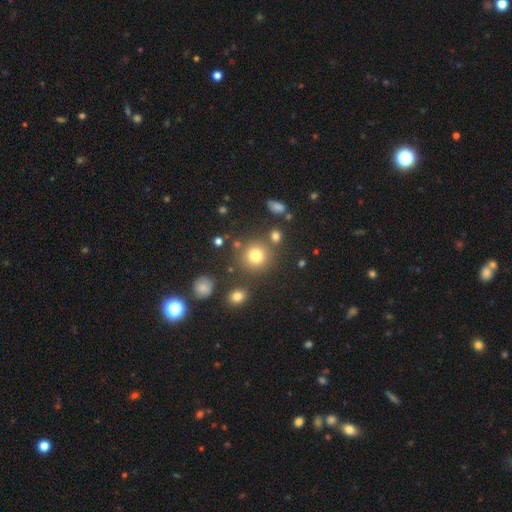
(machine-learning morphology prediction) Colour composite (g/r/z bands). It shows a smooth galaxy with no disk features (78%) that is round (92%). Merging: none (79%).